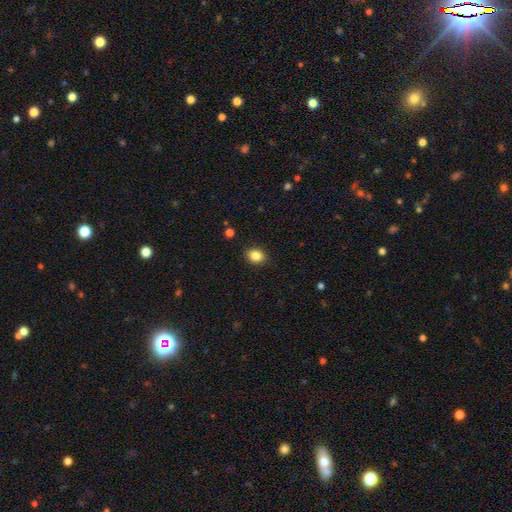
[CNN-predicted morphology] Overall: smooth (86%). How rounded: in between (53%; round 46%). Merging: none (89%).